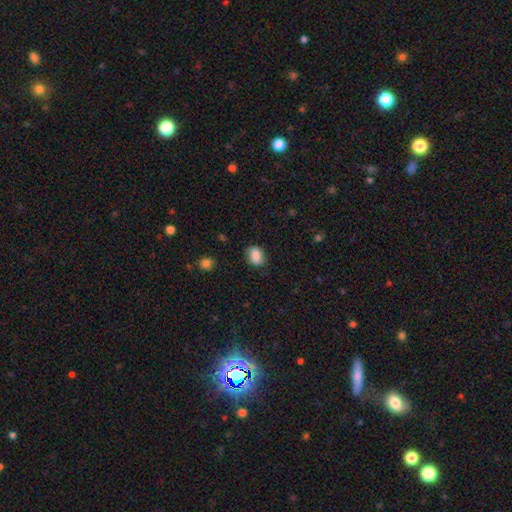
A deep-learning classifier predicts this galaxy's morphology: Smooth or featured? Predicted: smooth (p=0.87). How rounded? Predicted: in between (p=0.71). Merging? Predicted: none (p=0.77).